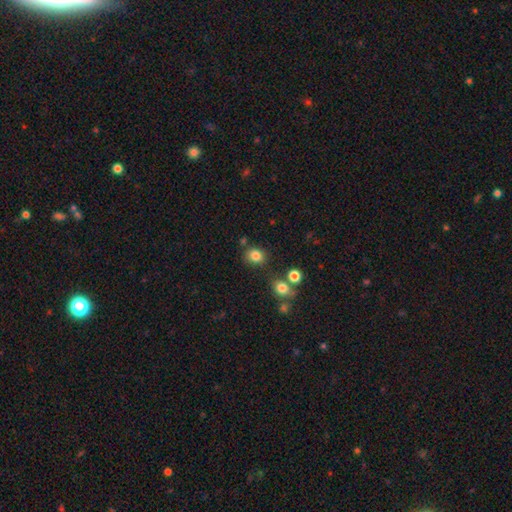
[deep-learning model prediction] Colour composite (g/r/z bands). It shows a smooth galaxy with no disk features (82%) that is round (67%). Merging: none (75%).